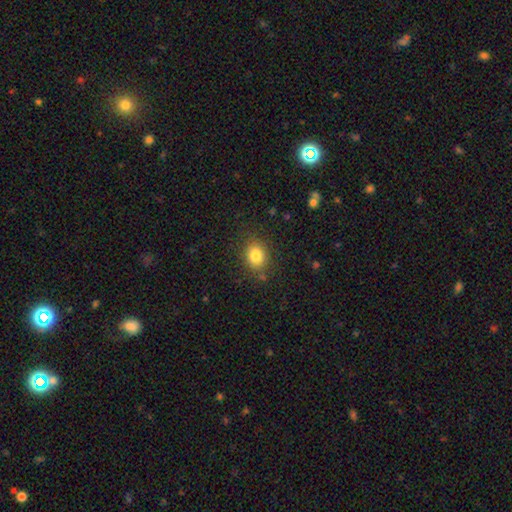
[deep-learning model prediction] Morphology: type=smooth (82%); roundness=round (58%); merging=none (83%).